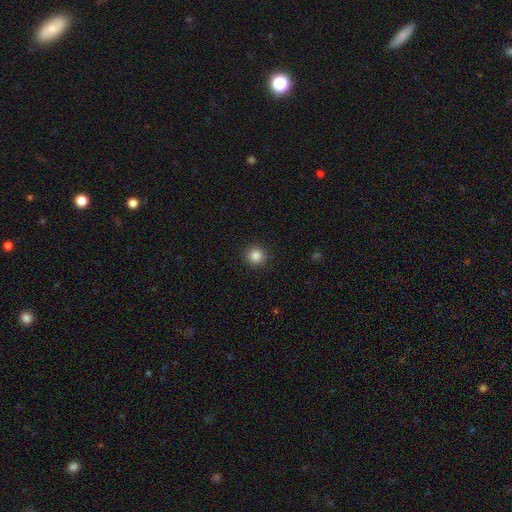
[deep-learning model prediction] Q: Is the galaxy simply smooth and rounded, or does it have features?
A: smooth — 85%.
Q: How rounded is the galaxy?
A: round — 95%.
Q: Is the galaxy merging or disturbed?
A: none — 92%.